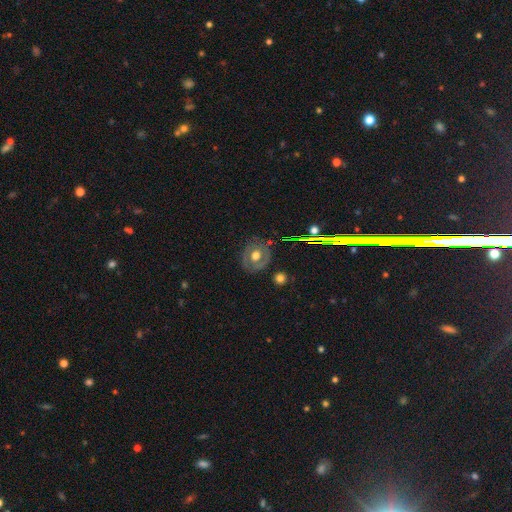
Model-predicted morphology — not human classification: A featured or disk galaxy (57%) with no bar (73%), no spiral arms (64%) and a moderate central bulge (63%).

Vote fractions:
- Smooth or featured? featured or disk: 57% / smooth: 33% / star or artifact: 10%
- Edge-on disk? no: 95% / yes: 5%
- Bar? no: 73% / weak: 20% / strong: 7%
- Spiral arms? no: 64% / yes: 36%
- Bulge size? moderate: 63% / large: 28% / small: 5% / dominant: 2% / none: 2%
- Merging? none: 75% / minor disturbance: 16% / major disturbance: 7% / merger: 2%